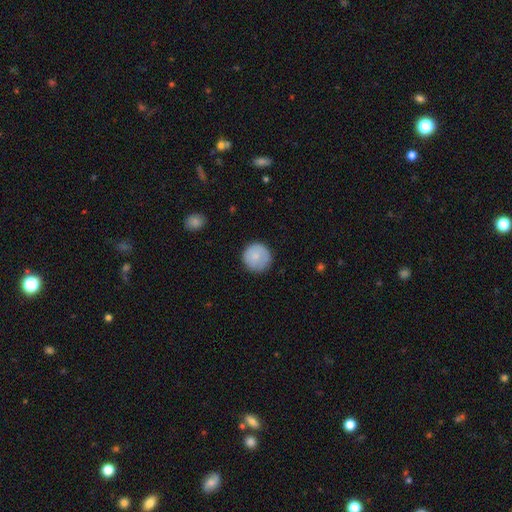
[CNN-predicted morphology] This appears to be a smooth galaxy with no disk features (80%) that is round (95%). Merging: none (84%).